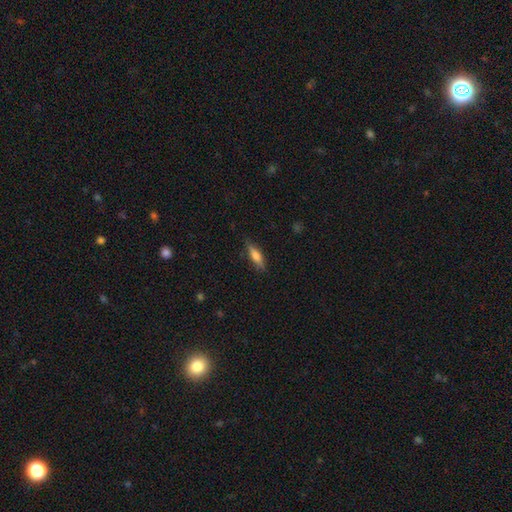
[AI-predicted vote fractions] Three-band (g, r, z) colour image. It shows a smooth galaxy with no disk features (66%) that is cigar-shaped (60%). Merging: none (83%).